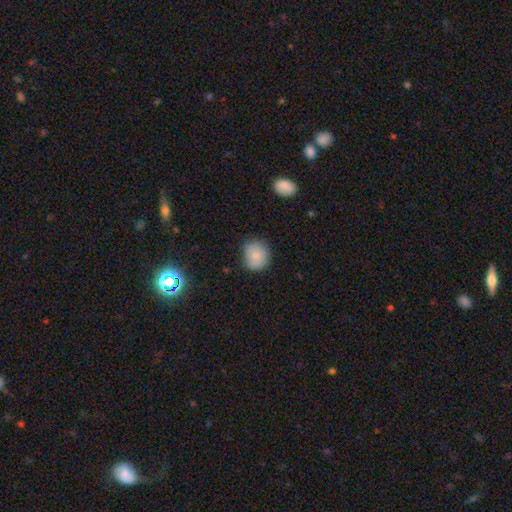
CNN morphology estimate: The model was most divided on "merging": none: 70%, minor disturbance: 23%, major disturbance: 5%, merger: 2%. More confident: smooth or featured — smooth (80%); how rounded — round (80%).